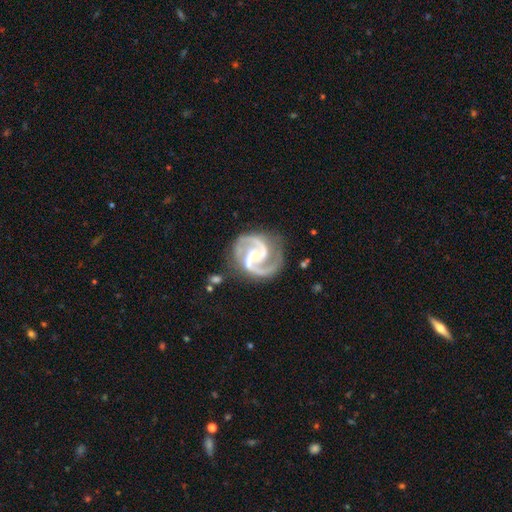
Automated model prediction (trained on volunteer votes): This appears to be a featured or disk galaxy (94%) with no bar (50%), 2 (92%) medium (66%) spiral arms (99%) and a small central bulge (68%). Merging: none (75%).